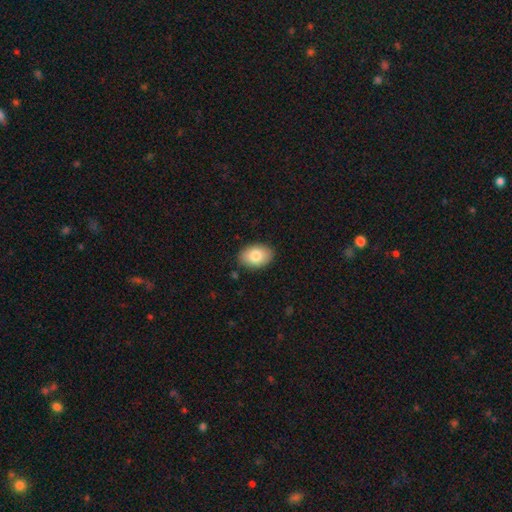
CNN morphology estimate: This is clearly a smooth galaxy (81%). How rounded: clearly in between (85%). Merging: clearly none (88%).